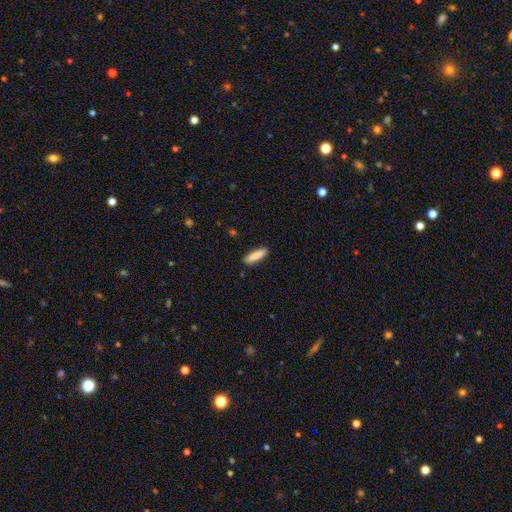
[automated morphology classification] type=smooth (87%); roundness=cigar-shaped (67%); merging=none (89%).